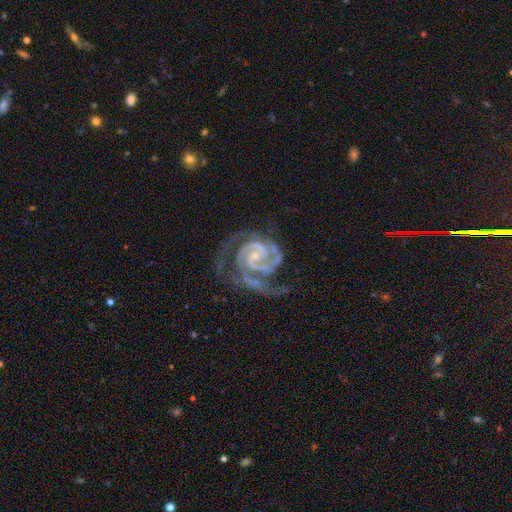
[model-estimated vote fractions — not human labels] The model was most divided on "bar": no: 56%, weak: 30%, strong: 14%. More confident: spiral arms — yes (99%); edge-on disk — no (98%); smooth or featured — featured or disk (94%); bulge size — small (78%); spiral winding — tight (66%); spiral arm count — 2 (65%); merging — none (59%).